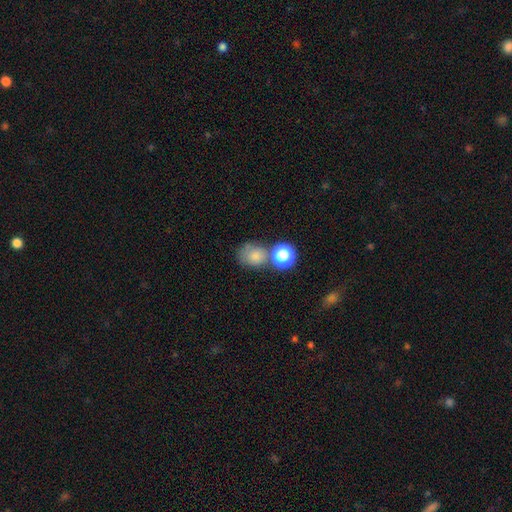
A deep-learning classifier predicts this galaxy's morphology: Overall: smooth (64%; star or artifact 24%). How rounded: round (70%). Merging: none (62%).